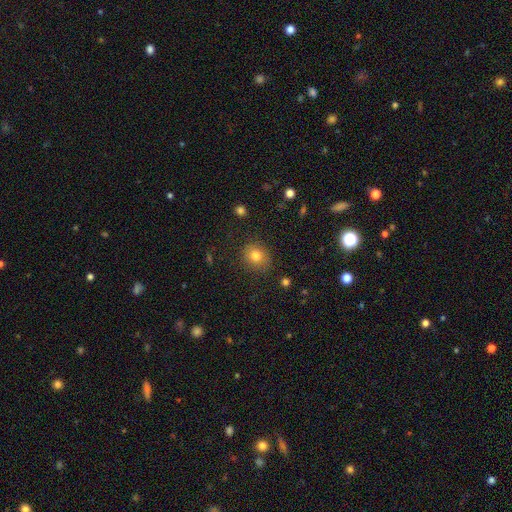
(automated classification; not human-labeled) Morphology: type=smooth (79%); roundness=round (76%); merging=none (85%).